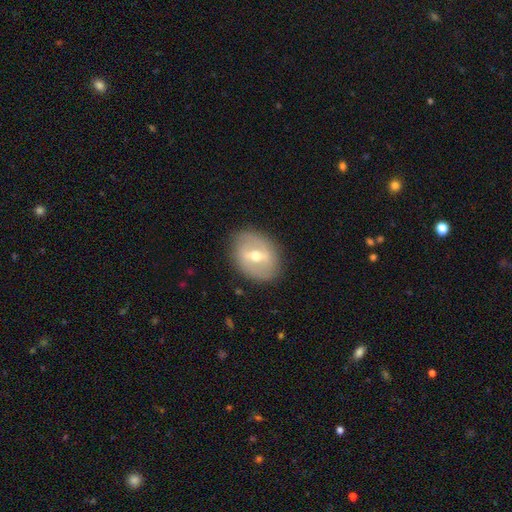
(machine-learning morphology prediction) A featured or disk galaxy (62%) with a strong bar (43%), no spiral arms (67%) and a moderate central bulge (75%).

Vote fractions:
- Smooth or featured? featured or disk: 62% / smooth: 31% / star or artifact: 7%
- Edge-on disk? no: 91% / yes: 9%
- Bar? strong: 43% / weak: 41% / no: 16%
- Spiral arms? no: 67% / yes: 33%
- Bulge size? moderate: 75% / small: 17% / large: 6% / dominant: 1% / none: 1%
- Merging? none: 83% / minor disturbance: 12% / major disturbance: 4% / merger: 1%